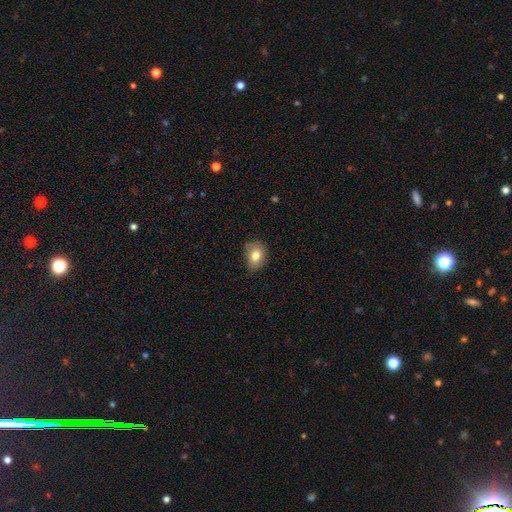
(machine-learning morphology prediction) smooth-or-featured: smooth: 80% | featured or disk: 10% | star or artifact: 9%
  how-rounded: in between: 57% | round: 42% | cigar-shaped: 1%
  merging: none: 70% | minor disturbance: 24% | major disturbance: 4% | merger: 1%